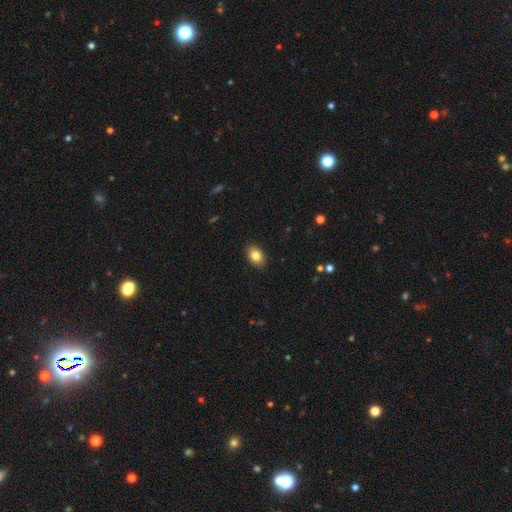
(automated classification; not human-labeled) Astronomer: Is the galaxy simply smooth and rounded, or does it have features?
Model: smooth — 83%.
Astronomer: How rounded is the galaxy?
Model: in between — 84%.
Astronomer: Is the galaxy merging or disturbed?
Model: none — 89%.